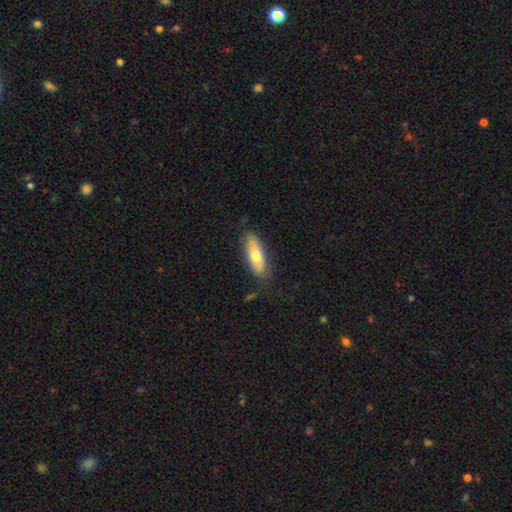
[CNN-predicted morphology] A smooth galaxy with no disk features (62%) that is in between round and cigar-shaped (63%).

Vote fractions:
- Smooth or featured? smooth: 62% / featured or disk: 32% / star or artifact: 6%
- How rounded? in between: 63% / cigar-shaped: 35% / round: 2%
- Merging? none: 79% / minor disturbance: 16% / major disturbance: 3% / merger: 2%